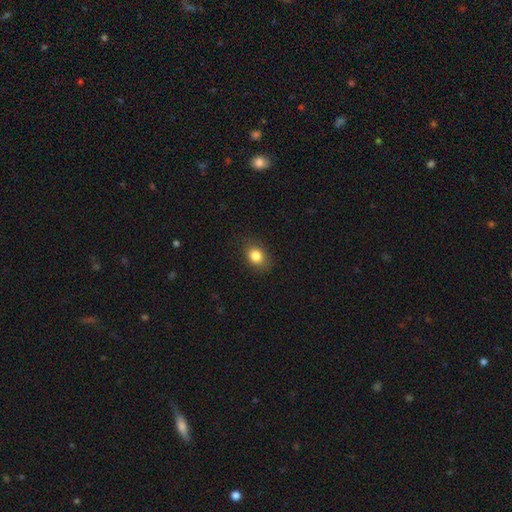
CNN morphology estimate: A smooth galaxy with no disk features (83%) that is in between round and cigar-shaped (60%). Merging: none (84%).